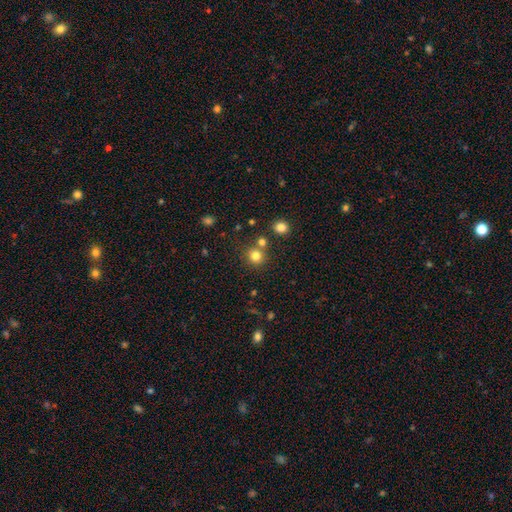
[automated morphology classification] A smooth galaxy with no disk features (79%) that is round (91%).

Vote fractions:
- Smooth or featured? smooth: 79% / star or artifact: 15% / featured or disk: 6%
- How rounded? round: 91% / in between: 8% / cigar-shaped: 1%
- Merging? none: 75% / merger: 15% / minor disturbance: 7% / major disturbance: 3%